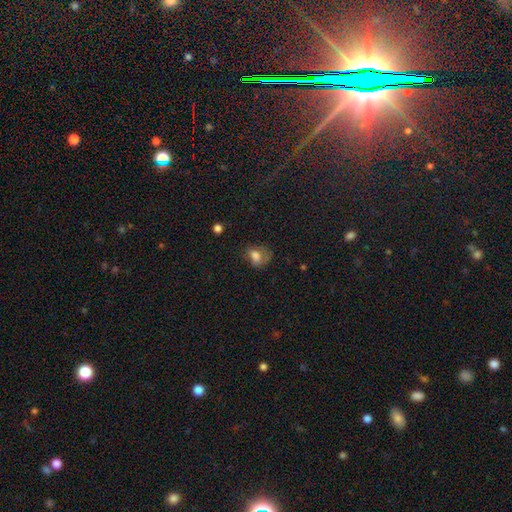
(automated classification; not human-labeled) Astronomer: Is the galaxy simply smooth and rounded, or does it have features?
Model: smooth — 69%.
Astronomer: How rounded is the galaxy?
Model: in between — 66%.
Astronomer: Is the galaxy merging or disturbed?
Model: major disturbance — 34%, tied with none at 34%.